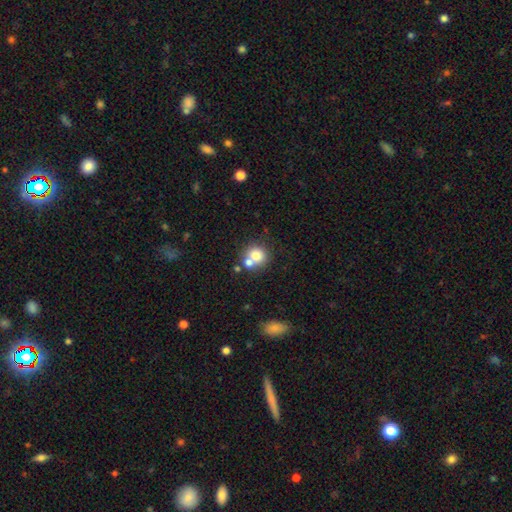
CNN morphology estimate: Smooth or featured?
  - smooth: 74% *
  - featured or disk: 15%
  - star or artifact: 11%
How rounded?
  - round: 85% *
  - in between: 14%
  - cigar-shaped: 1%
Merging?
  - none: 47% *
  - merger: 41%
  - minor disturbance: 8%
  - major disturbance: 3%